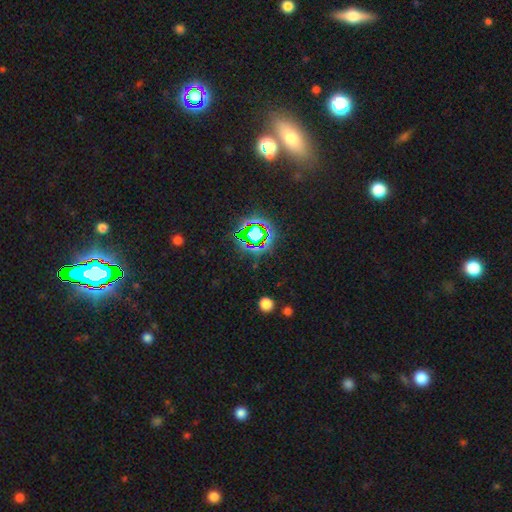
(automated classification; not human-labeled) The model was most divided on "smooth or featured": star or artifact: 73%, smooth: 17%, featured or disk: 10%.